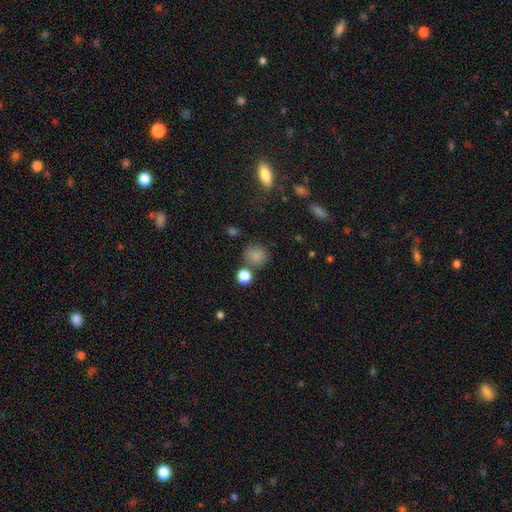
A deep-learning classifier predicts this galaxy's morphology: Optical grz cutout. It shows a smooth galaxy with no disk features (81%) that is round (84%). Merging: none (72%).